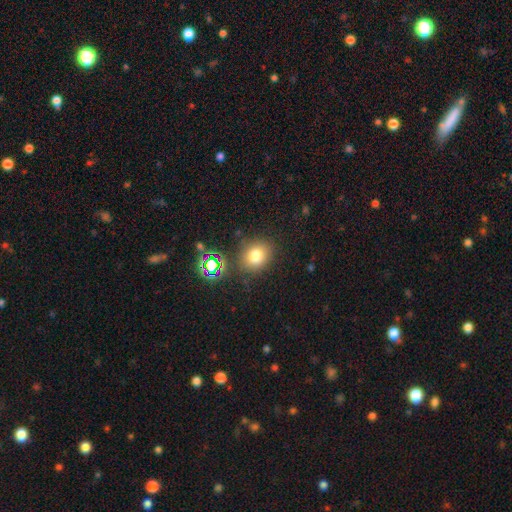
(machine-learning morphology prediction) smooth_or_featured: smooth (p=0.75) [alt: star or artifact p=0.17]
how_rounded: round (p=0.64) [alt: in between p=0.35]
merging: none (p=0.81) [alt: minor disturbance p=0.11]